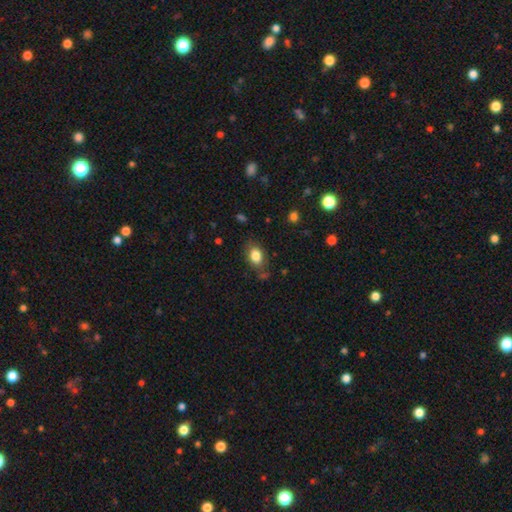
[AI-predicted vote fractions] A smooth galaxy with no disk features (83%) that is in between round and cigar-shaped (79%).

Vote fractions:
- Smooth or featured? smooth: 83% / star or artifact: 9% / featured or disk: 8%
- How rounded? in between: 79% / round: 20% / cigar-shaped: 1%
- Merging? none: 77% / minor disturbance: 16% / major disturbance: 4% / merger: 3%